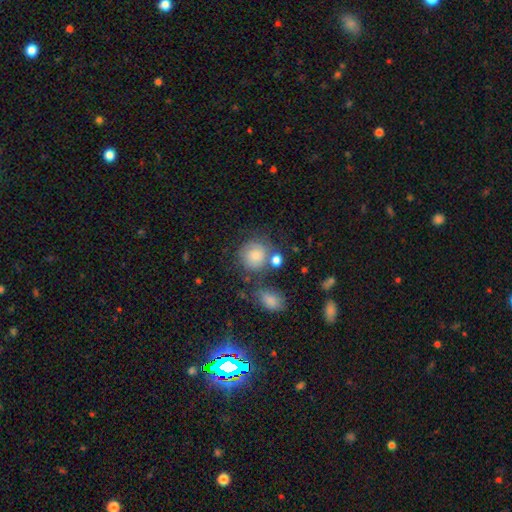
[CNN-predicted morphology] Smooth or featured: smooth — 72% (featured or disk — 19%)
How rounded: round — 83% (in between — 16%)
Merging: none — 56% (minor disturbance — 18%)